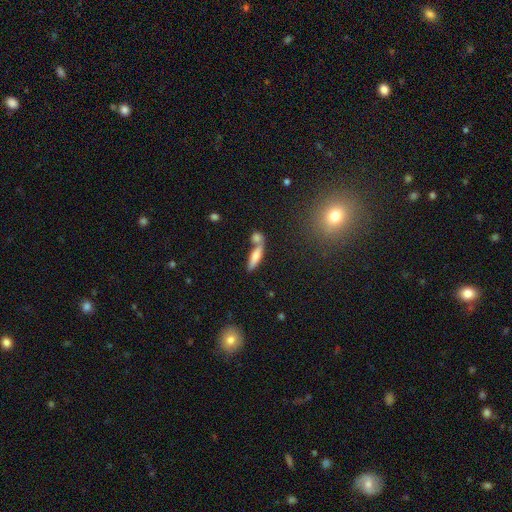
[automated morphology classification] Overall: smooth (67%). How rounded: cigar-shaped (66%; in between 31%). Merging: none (46%; merger 38%).